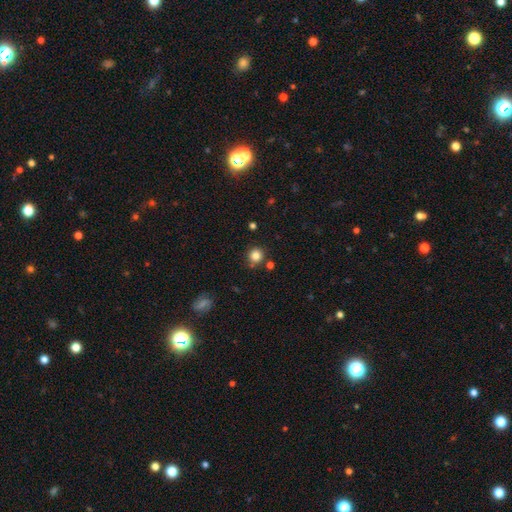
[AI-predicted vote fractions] A smooth galaxy with no disk features (83%) that is round (91%).

Vote fractions:
- Smooth or featured? smooth: 83% / star or artifact: 12% / featured or disk: 5%
- How rounded? round: 91% / in between: 8% / cigar-shaped: 1%
- Merging? none: 82% / minor disturbance: 10% / merger: 6% / major disturbance: 3%